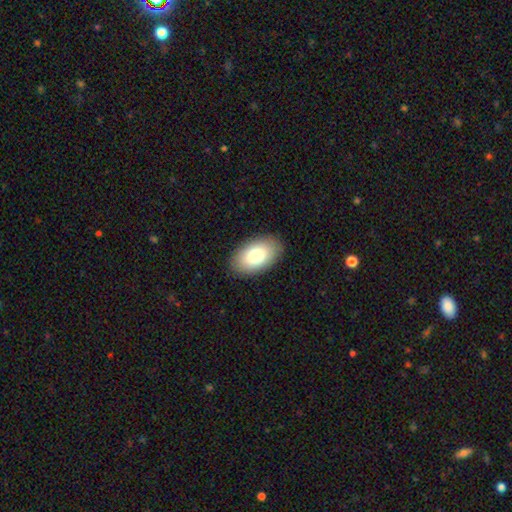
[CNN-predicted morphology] This is likely a smooth galaxy (79%). How rounded: clearly in between (94%). Merging: clearly none (88%).